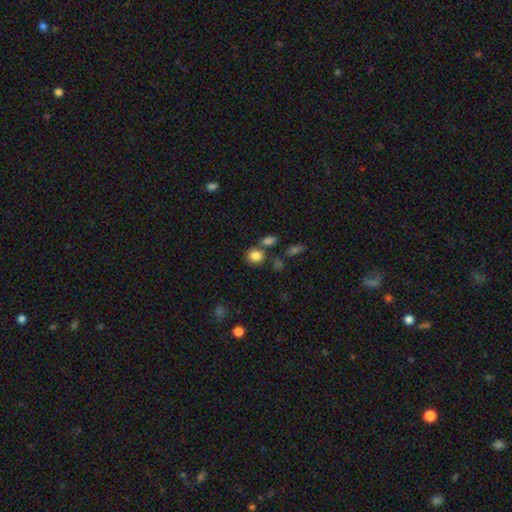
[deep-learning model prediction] smooth_or_featured: smooth (p=0.83) [alt: star or artifact p=0.10]
how_rounded: round (p=0.72) [alt: in between p=0.27]
merging: none (p=0.65) [alt: merger p=0.18]